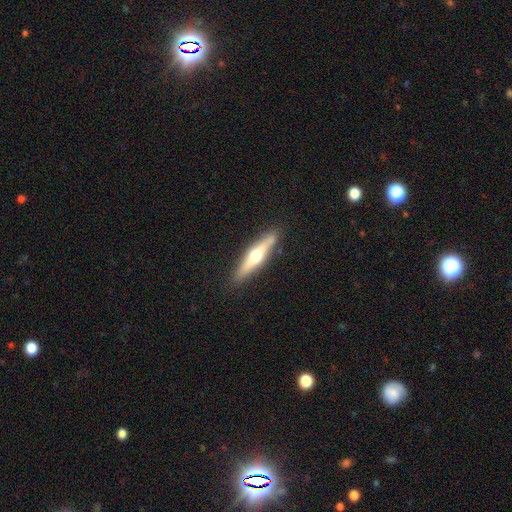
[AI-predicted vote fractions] Q: Smooth or featured?
A: featured or disk (58%); runner-up: smooth (37%)
Q: Edge-on disk?
A: yes (94%); runner-up: no (6%)
Q: Edge-on bulge?
A: rounded (93%); runner-up: none (4%)
Q: Merging?
A: none (88%); runner-up: minor disturbance (9%)